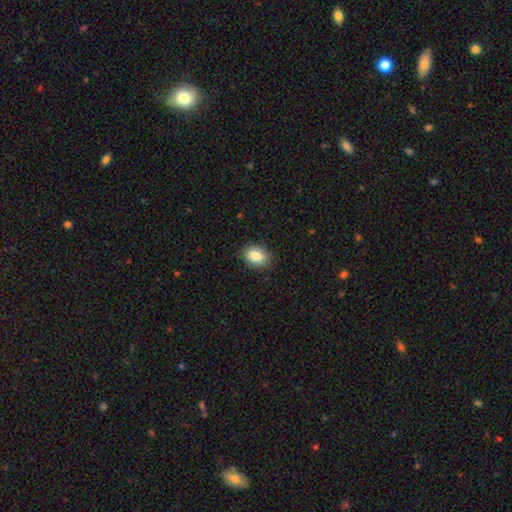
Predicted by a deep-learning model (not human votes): Smooth or featured? Predicted: smooth (p=0.84). How rounded? Predicted: in between (p=0.77). Merging? Predicted: none (p=0.85).